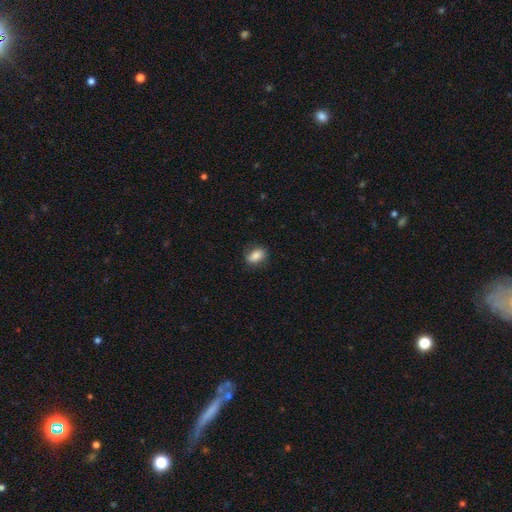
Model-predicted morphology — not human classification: A smooth galaxy with no disk features (81%) that is in between round and cigar-shaped (80%). Merging: none (77%).